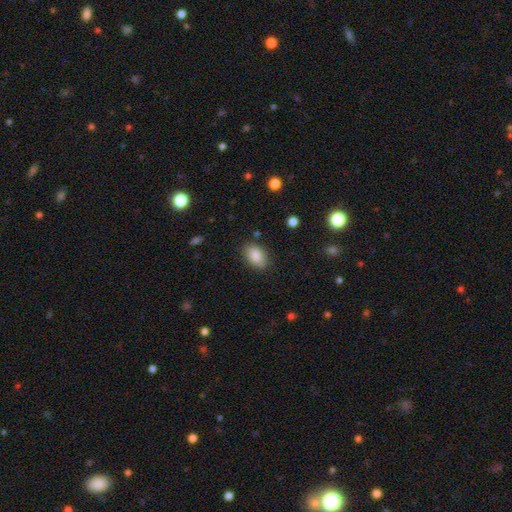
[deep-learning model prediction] A smooth galaxy with no disk features (86%) that is in between round and cigar-shaped (89%). Merging: none (82%).